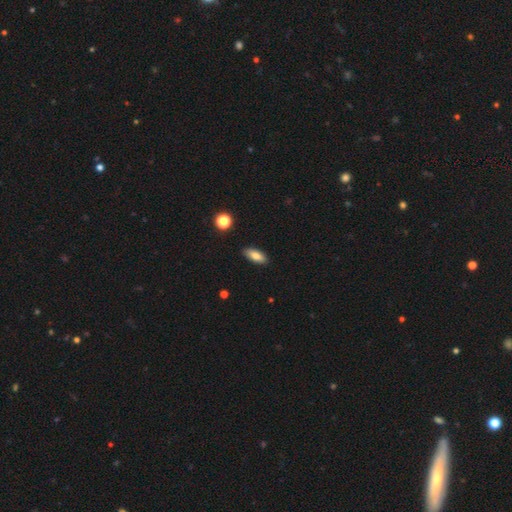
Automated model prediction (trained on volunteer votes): Smooth or featured: smooth — 80% (featured or disk — 12%)
How rounded: in between — 79% (cigar-shaped — 18%)
Merging: none — 88% (minor disturbance — 9%)